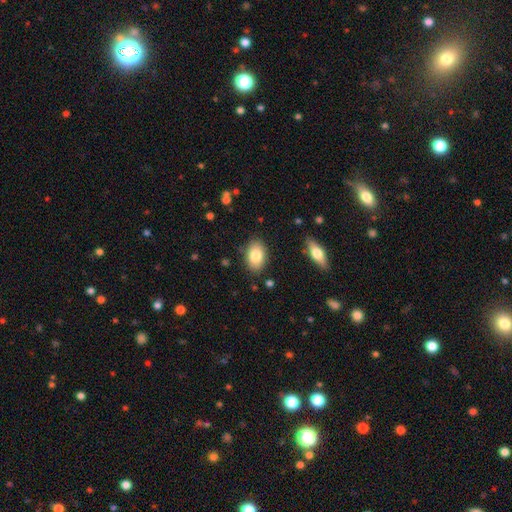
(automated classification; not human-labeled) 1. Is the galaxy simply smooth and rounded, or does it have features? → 83% smooth, 11% featured or disk, 7% star or artifact.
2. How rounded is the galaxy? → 90% in between, 8% round, 1% cigar-shaped.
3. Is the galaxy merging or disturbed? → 85% none, 10% minor disturbance, 2% major disturbance, 2% merger.